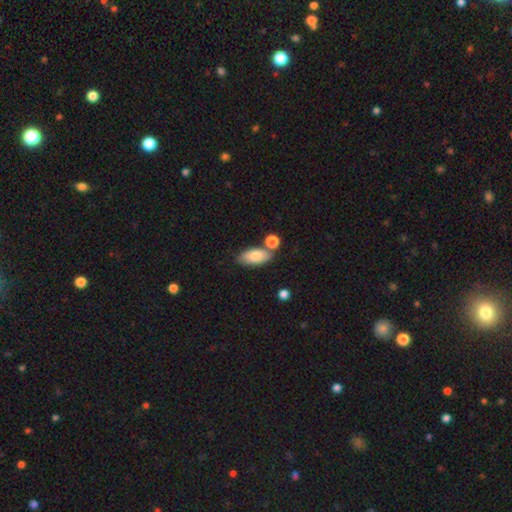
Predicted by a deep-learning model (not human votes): This appears to be a smooth galaxy with no disk features (81%) that is in between round and cigar-shaped (89%). Merging: none (65%).